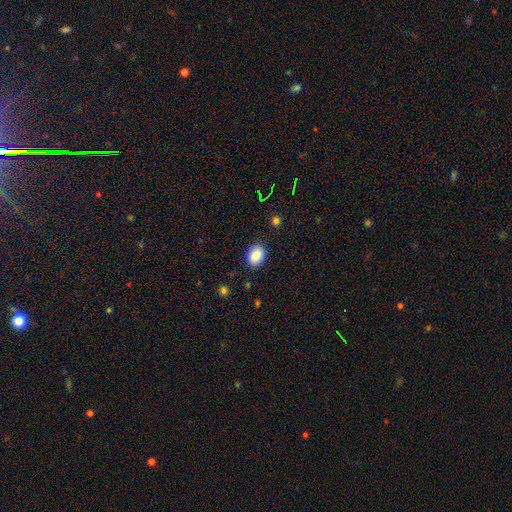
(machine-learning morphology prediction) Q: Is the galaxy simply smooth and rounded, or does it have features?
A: smooth — 86%.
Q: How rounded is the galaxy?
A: in between — 66%.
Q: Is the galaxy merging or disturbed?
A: none — 87%.